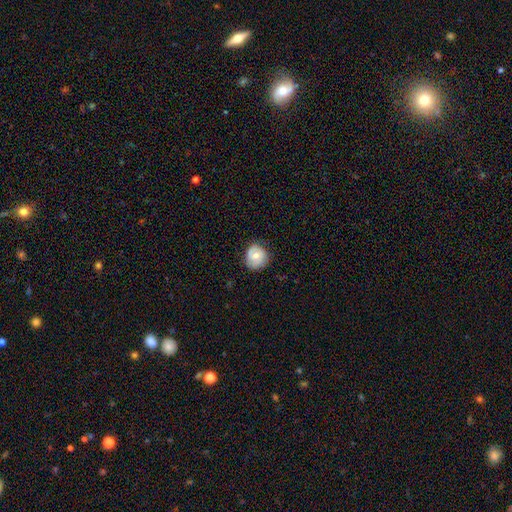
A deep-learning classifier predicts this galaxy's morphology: smooth_or_featured: smooth (p=0.63) [alt: featured or disk p=0.30]
how_rounded: round (p=0.82) [alt: in between p=0.17]
merging: none (p=0.74) [alt: minor disturbance p=0.21]